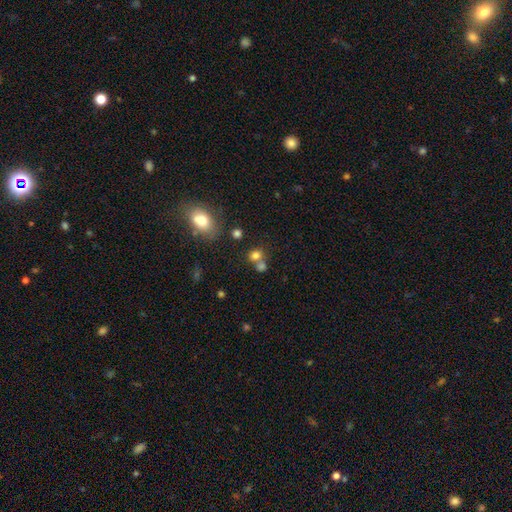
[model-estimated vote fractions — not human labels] This is likely a smooth galaxy (76%). How rounded: likely round (75%). Merging: possibly none (47%).